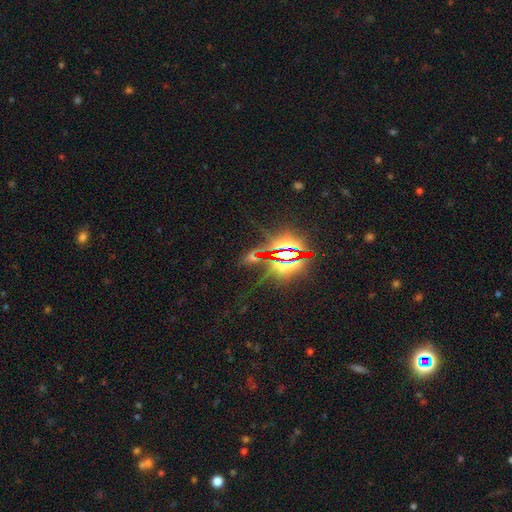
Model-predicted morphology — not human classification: Smooth or featured? Predicted: star or artifact (p=0.77).